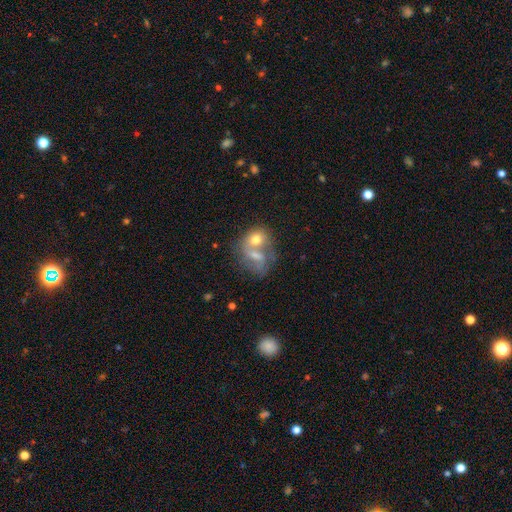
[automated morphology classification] Smooth or featured? Predicted: smooth (p=0.49). Merging? Predicted: merger (p=0.61).